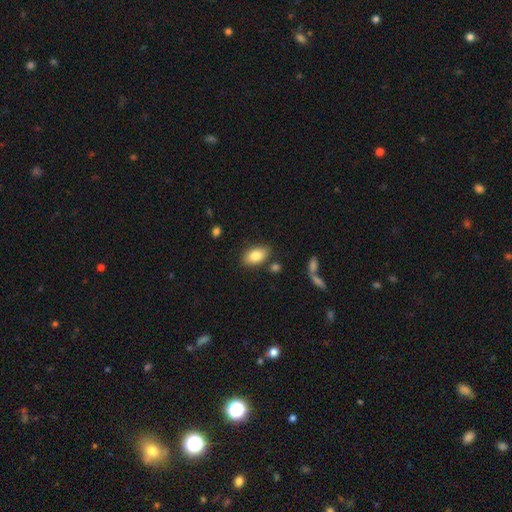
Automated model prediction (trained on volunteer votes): Smooth or featured?
  - smooth: 84% *
  - featured or disk: 9%
  - star or artifact: 7%
How rounded?
  - in between: 91% *
  - round: 7%
  - cigar-shaped: 2%
Merging?
  - none: 82% *
  - minor disturbance: 11%
  - merger: 4%
  - major disturbance: 3%